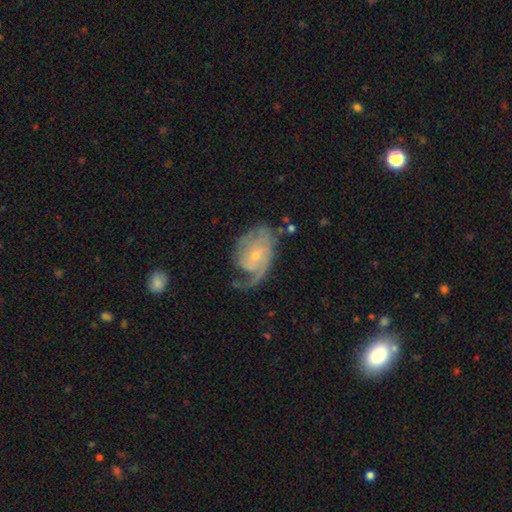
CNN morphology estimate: Q: Smooth or featured?
A: featured or disk (81%); runner-up: smooth (13%)
Q: Edge-on disk?
A: no (97%); runner-up: yes (3%)
Q: Bar?
A: no (63%); runner-up: weak (32%)
Q: Spiral arms?
A: yes (92%); runner-up: no (8%)
Q: Spiral winding?
A: medium (40%); runner-up: tight (36%)
Q: Spiral arm count?
A: 1 (38%); runner-up: 2 (30%)
Q: Bulge size?
A: small (74%); runner-up: moderate (21%)
Q: Merging?
A: none (45%); runner-up: major disturbance (27%)